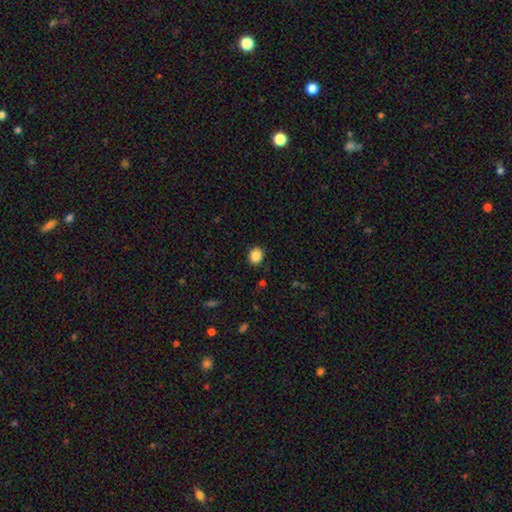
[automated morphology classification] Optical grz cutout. It shows a smooth galaxy with no disk features (86%) that is round (66%). Merging: none (89%).